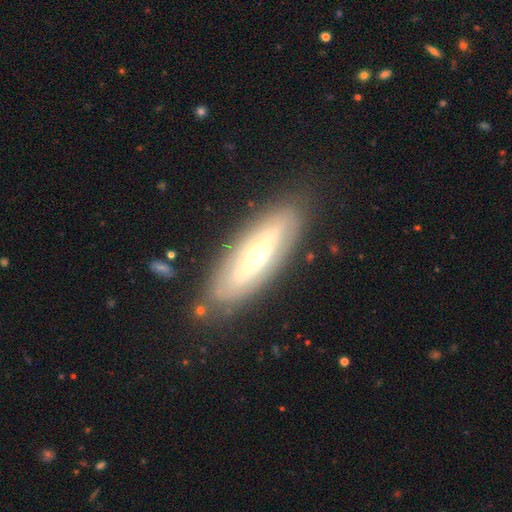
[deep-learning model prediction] Smooth or featured?
  - featured or disk: 63% *
  - smooth: 31%
  - star or artifact: 6%
Edge-on disk?
  - no: 68% *
  - yes: 32%
Merging?
  - none: 81% *
  - minor disturbance: 12%
  - major disturbance: 4%
  - merger: 2%